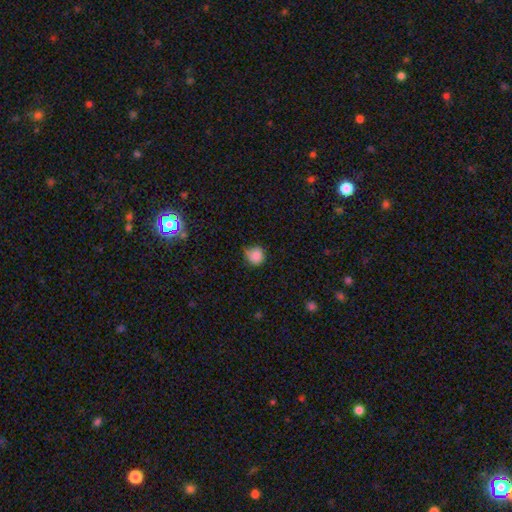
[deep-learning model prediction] A smooth galaxy with no disk features (86%) that is round (85%).

Vote fractions:
- Smooth or featured? smooth: 86% / star or artifact: 9% / featured or disk: 5%
- How rounded? round: 85% / in between: 14% / cigar-shaped: 1%
- Merging? none: 52% / minor disturbance: 37% / major disturbance: 9% / merger: 2%